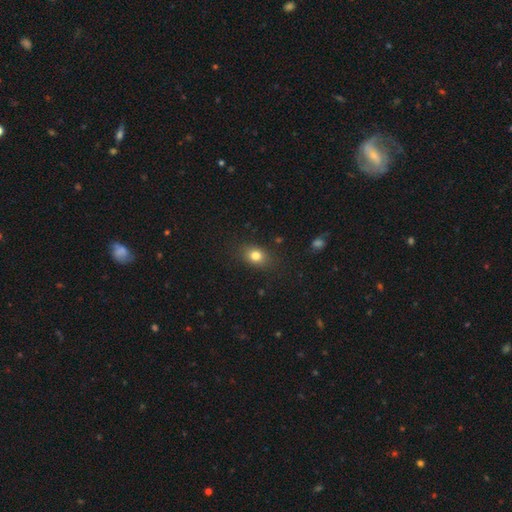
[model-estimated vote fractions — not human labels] smooth-or-featured: smooth: 80% | star or artifact: 12% | featured or disk: 8%
  how-rounded: in between: 58% | round: 41% | cigar-shaped: 2%
  merging: none: 84% | minor disturbance: 11% | major disturbance: 3% | merger: 1%